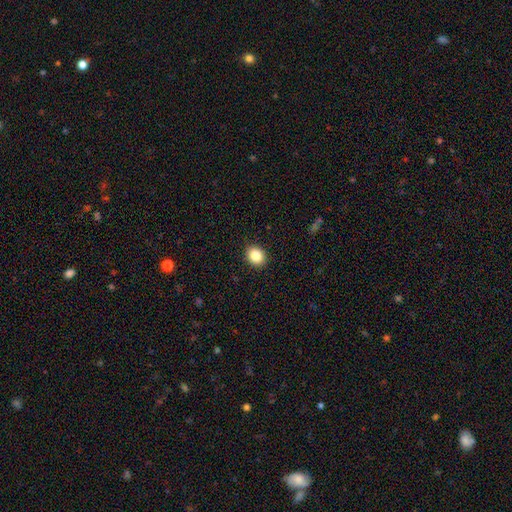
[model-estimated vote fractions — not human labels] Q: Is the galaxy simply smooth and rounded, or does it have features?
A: smooth — 85%.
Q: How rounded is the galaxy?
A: round — 57%.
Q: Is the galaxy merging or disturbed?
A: none — 91%.